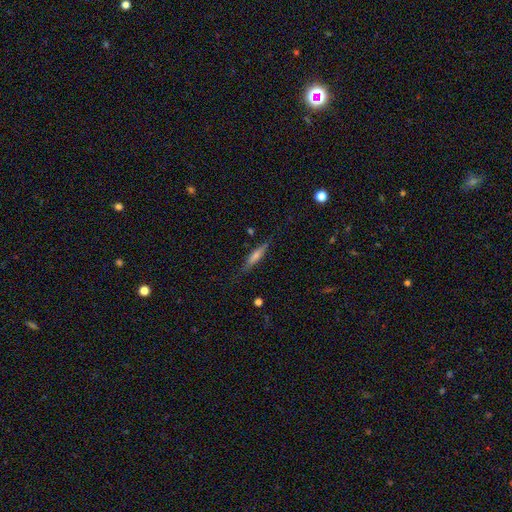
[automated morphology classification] This appears to be a smooth galaxy with no disk features (49%). Merging: none (81%).